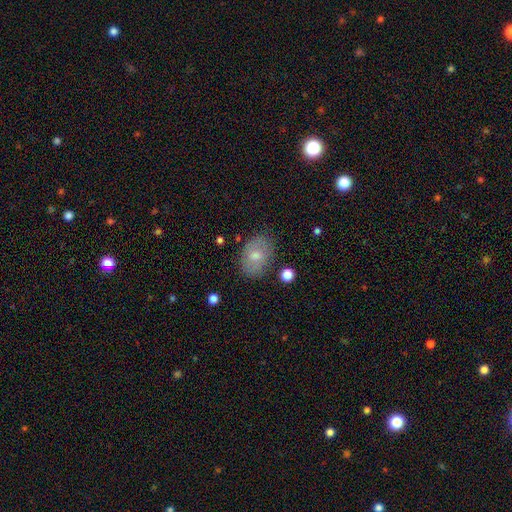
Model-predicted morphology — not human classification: Smooth or featured? smooth (70%)
How rounded? in between (82%)
Merging? none (78%)